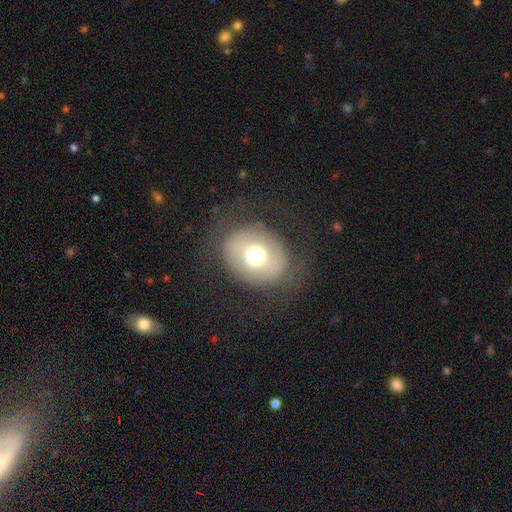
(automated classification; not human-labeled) Smooth or featured?
  - smooth: 58% *
  - featured or disk: 30%
  - star or artifact: 12%
How rounded?
  - round: 63% *
  - in between: 35%
  - cigar-shaped: 1%
Merging?
  - none: 70% *
  - minor disturbance: 15%
  - major disturbance: 14%
  - merger: 1%